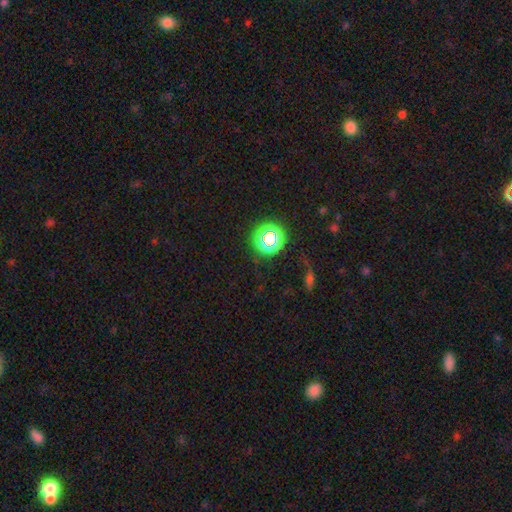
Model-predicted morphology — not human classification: The model was most divided on "smooth or featured": star or artifact: 54%, smooth: 41%, featured or disk: 6%.